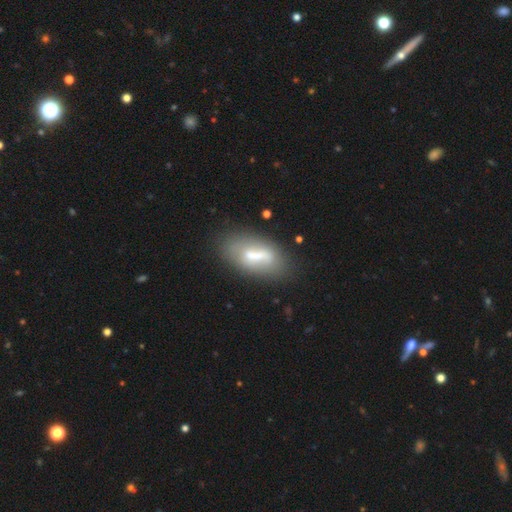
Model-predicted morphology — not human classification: type=smooth (54%); roundness=in between (78%); merging=none (62%).